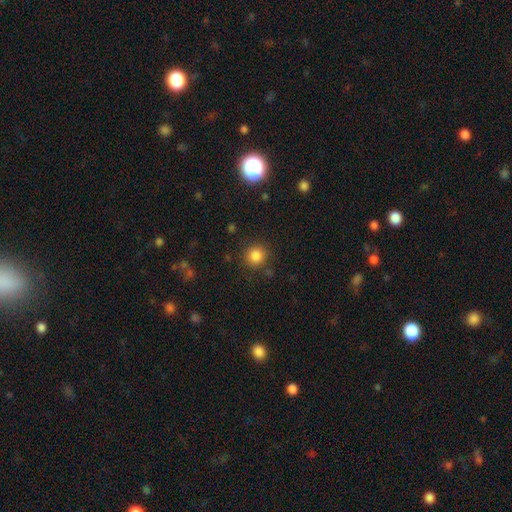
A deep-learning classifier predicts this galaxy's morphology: Q: Smooth or featured?
A: smooth (84%); runner-up: star or artifact (12%)
Q: How rounded?
A: round (90%); runner-up: in between (9%)
Q: Merging?
A: none (85%); runner-up: minor disturbance (9%)